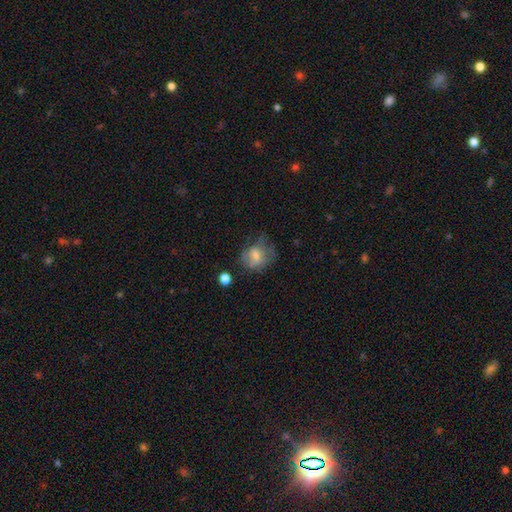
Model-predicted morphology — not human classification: Smooth or featured? Predicted: smooth (p=0.60). How rounded? Predicted: round (p=0.58). Merging? Predicted: none (p=0.41).